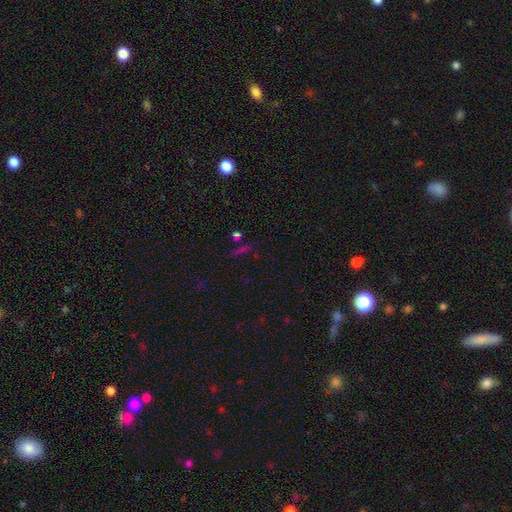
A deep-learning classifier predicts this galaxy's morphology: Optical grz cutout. It shows a star or artifact, not a galaxy (56%).